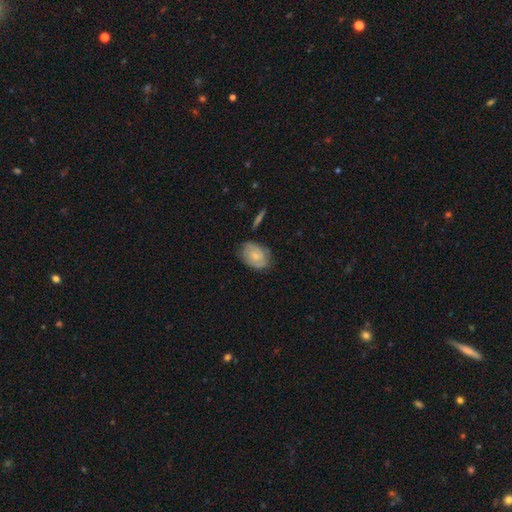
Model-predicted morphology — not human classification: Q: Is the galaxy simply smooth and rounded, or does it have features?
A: smooth — 50%.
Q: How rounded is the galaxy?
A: in between — 79%.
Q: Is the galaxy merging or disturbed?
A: none — 71%.